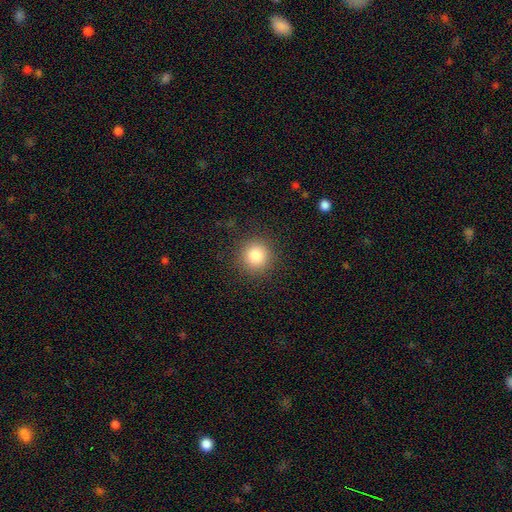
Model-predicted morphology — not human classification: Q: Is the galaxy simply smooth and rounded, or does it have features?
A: smooth — 83%.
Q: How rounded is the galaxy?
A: round — 93%.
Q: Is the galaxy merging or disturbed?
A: none — 90%.